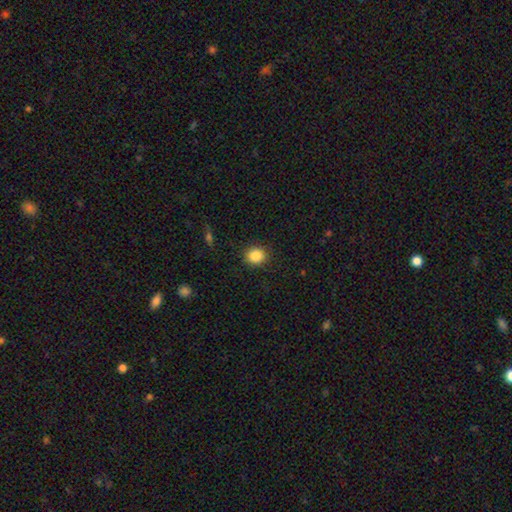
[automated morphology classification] smooth_or_featured: smooth (p=0.85) [alt: star or artifact p=0.10]
how_rounded: round (p=0.83) [alt: in between p=0.16]
merging: none (p=0.90) [alt: minor disturbance p=0.07]